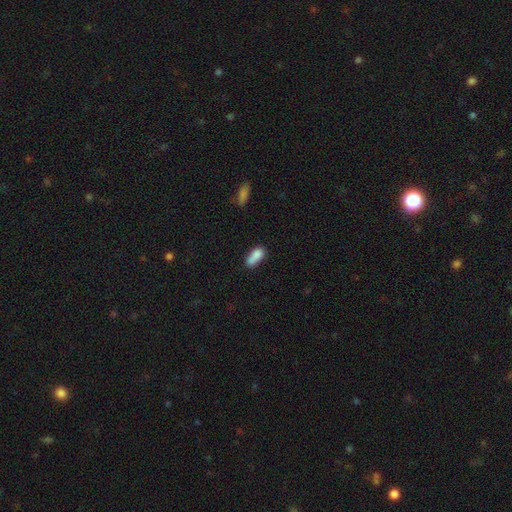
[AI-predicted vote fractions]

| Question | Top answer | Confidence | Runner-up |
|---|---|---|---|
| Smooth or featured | smooth | 80% | featured or disk (11%) |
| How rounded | in between | 81% | cigar-shaped (14%) |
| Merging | none | 43% | minor disturbance (24%) |